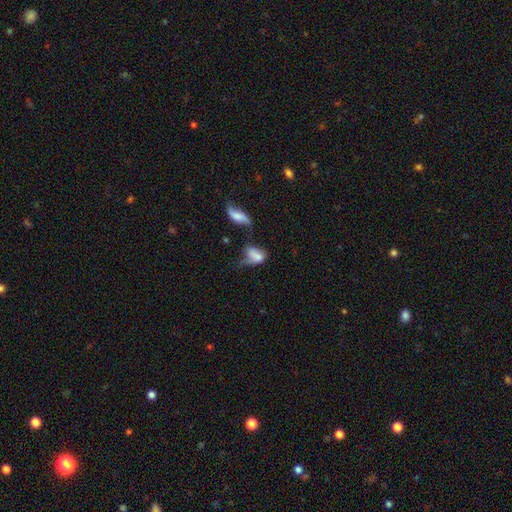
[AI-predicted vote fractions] smooth-or-featured: smooth: 66% | featured or disk: 24% | star or artifact: 10%
  how-rounded: in between: 83% | round: 13% | cigar-shaped: 4%
  merging: merger: 32% | major disturbance: 27% | minor disturbance: 22% | none: 19%